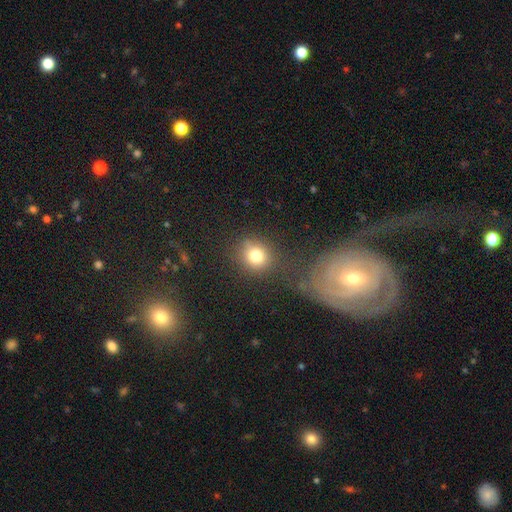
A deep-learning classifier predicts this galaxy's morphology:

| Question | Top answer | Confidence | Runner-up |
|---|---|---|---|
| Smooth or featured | smooth | 79% | star or artifact (12%) |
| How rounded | round | 81% | in between (17%) |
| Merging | none | 73% | minor disturbance (12%) |